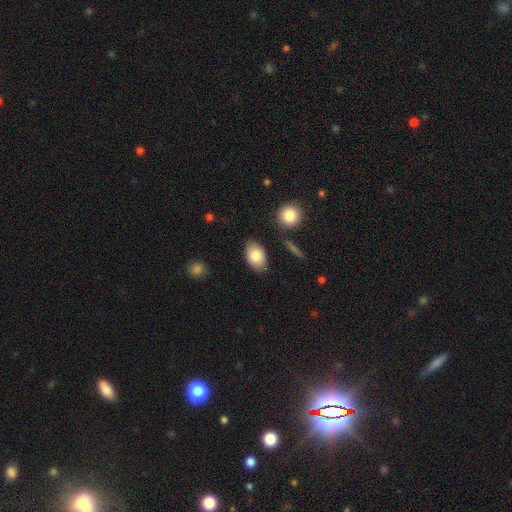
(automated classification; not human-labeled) The model was most divided on "merging": none: 82%, minor disturbance: 12%, merger: 3%, major disturbance: 3%. More confident: how rounded — in between (90%); smooth or featured — smooth (83%).